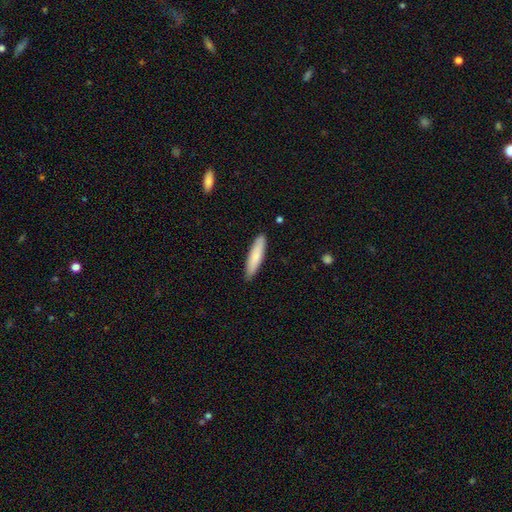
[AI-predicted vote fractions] This appears to be a smooth galaxy with no disk features (79%) that is cigar-shaped (79%). Merging: none (88%).